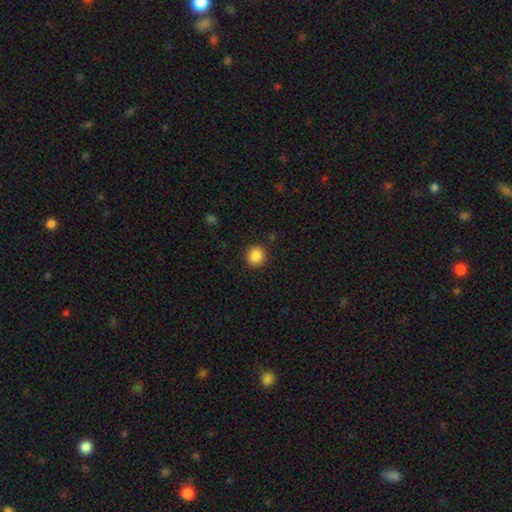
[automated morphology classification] Smooth or featured? Predicted: smooth (p=0.87). How rounded? Predicted: round (p=0.89). Merging? Predicted: none (p=0.91).